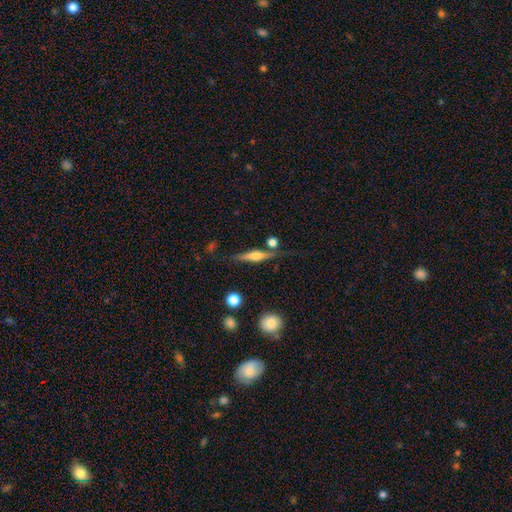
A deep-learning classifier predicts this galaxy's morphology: Smooth or featured: featured or disk — 62% (smooth — 30%)
Edge-on disk: yes — 96% (no — 4%)
Edge-on bulge: rounded — 86% (boxy — 9%)
Merging: none — 76% (minor disturbance — 13%)